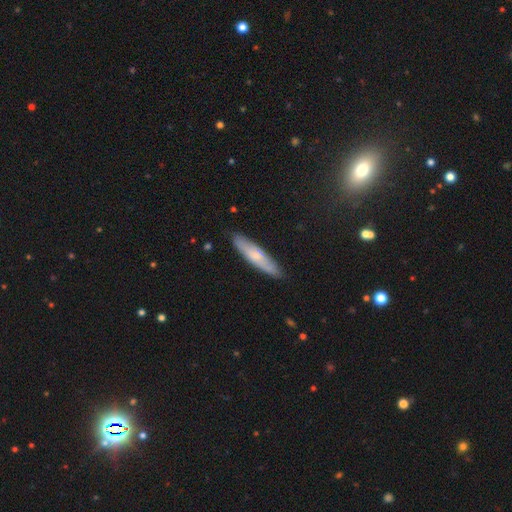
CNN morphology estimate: A smooth galaxy with no disk features (61%) that is cigar-shaped (82%). Merging: none (86%).